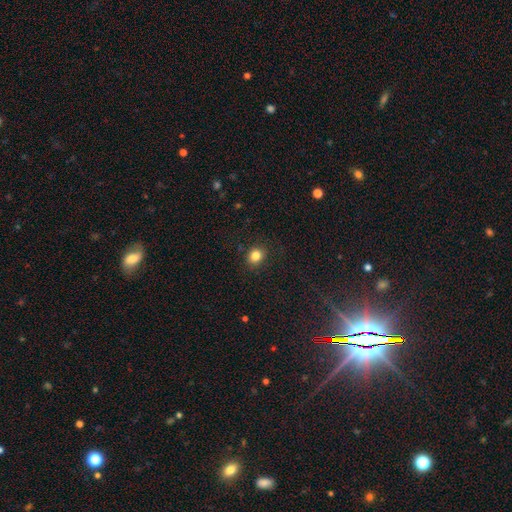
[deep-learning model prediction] Smooth or featured? smooth (84%)
How rounded? round (69%)
Merging? none (88%)